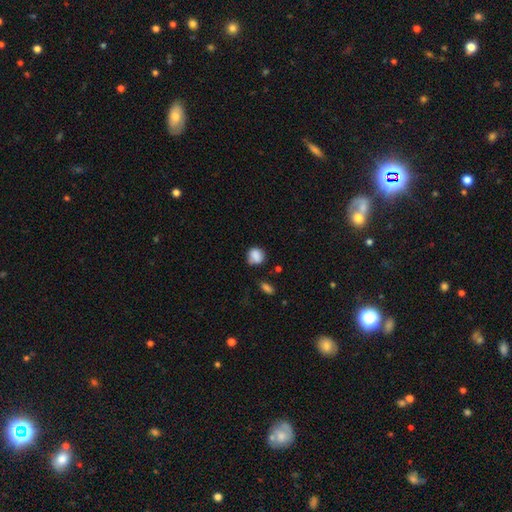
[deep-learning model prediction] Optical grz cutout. It shows a smooth galaxy with no disk features (82%) that is round (68%). Merging: none (59%).